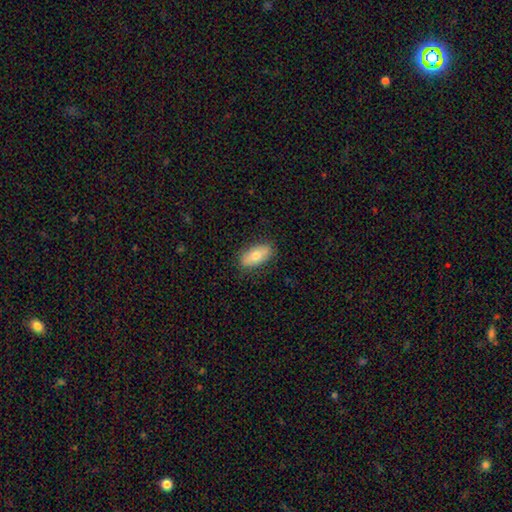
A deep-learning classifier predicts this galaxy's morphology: This appears to be a smooth galaxy with no disk features (72%) that is in between round and cigar-shaped (87%). Merging: none (85%).